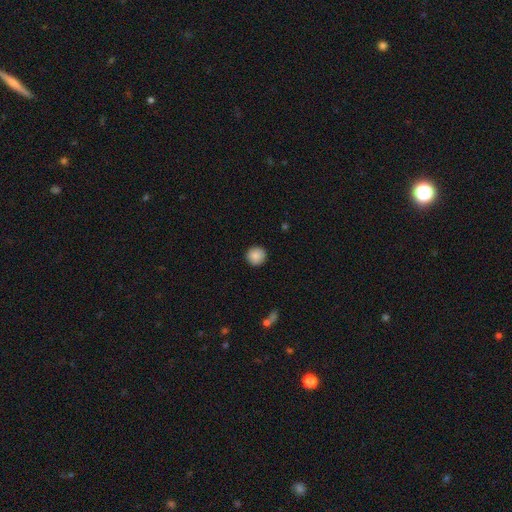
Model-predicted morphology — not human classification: smooth 87%, star or artifact 8%, featured or disk 5%. Down the decision tree: how rounded — round (95%); merging — none (92%).